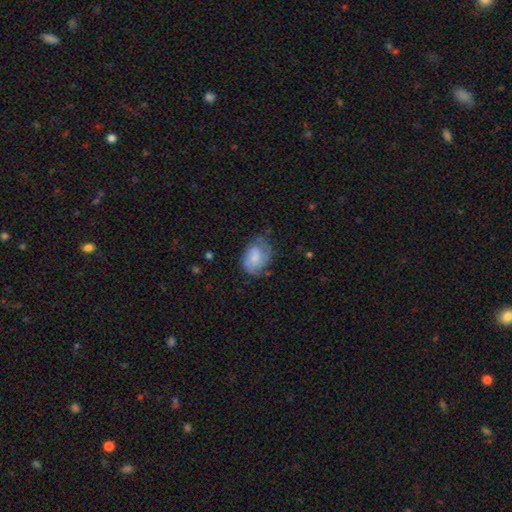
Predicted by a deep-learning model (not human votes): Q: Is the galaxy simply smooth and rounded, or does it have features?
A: featured or disk — 52%.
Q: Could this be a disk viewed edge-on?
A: no — 97%.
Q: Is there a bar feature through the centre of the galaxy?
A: no — 56%.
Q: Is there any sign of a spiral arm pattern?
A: yes — 86%.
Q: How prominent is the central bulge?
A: moderate — 30%, tied with small.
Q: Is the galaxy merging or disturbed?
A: none — 61%.